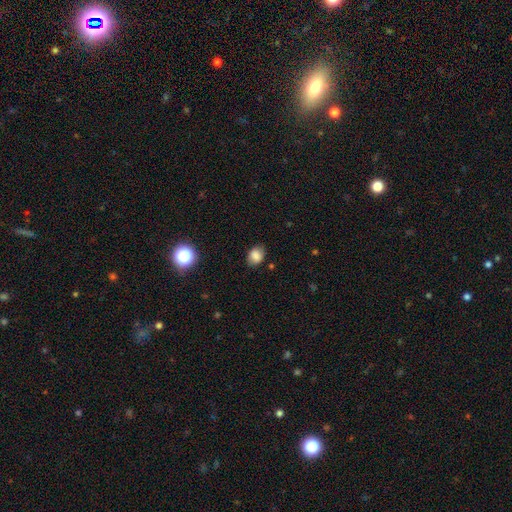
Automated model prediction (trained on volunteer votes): A smooth galaxy with no disk features (81%) that is in between round and cigar-shaped (62%). Merging: none (79%).